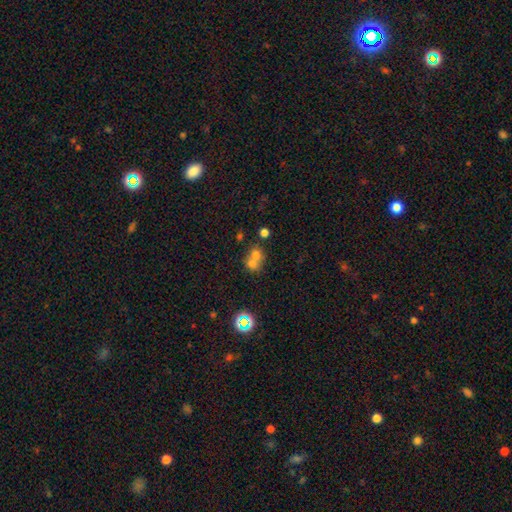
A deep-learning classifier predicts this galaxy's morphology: smooth 65%, featured or disk 18%, star or artifact 17%. Down the decision tree: how rounded — round (67%); merging — merger (63%).